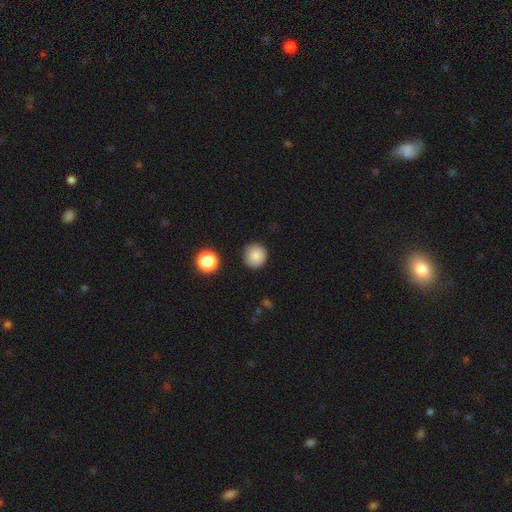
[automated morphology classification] Smooth or featured? smooth (86%)
How rounded? round (94%)
Merging? none (90%)